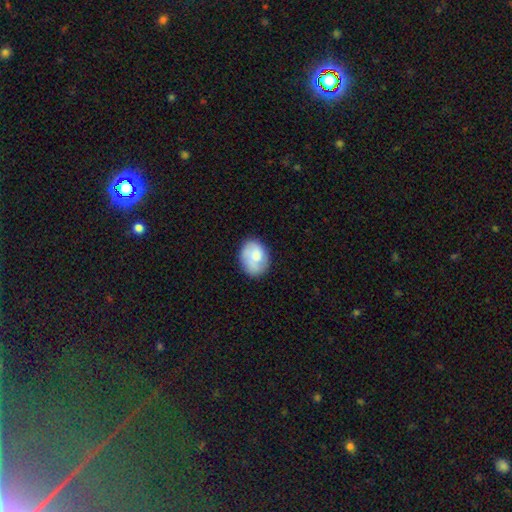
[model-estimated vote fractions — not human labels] This is likely a smooth galaxy (72%). How rounded: likely in between (63%). Merging: likely none (68%).